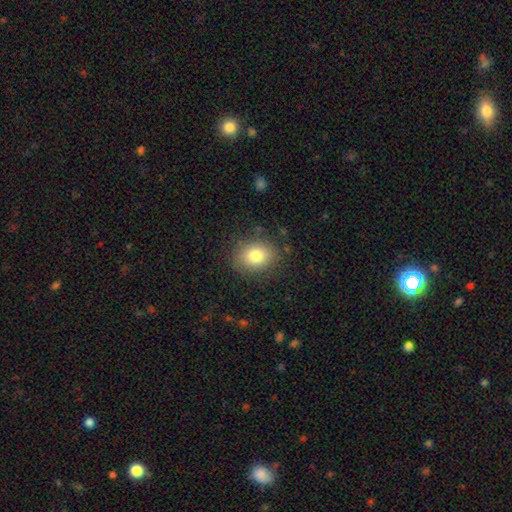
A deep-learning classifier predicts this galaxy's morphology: Overall: smooth (80%). How rounded: round (55%; in between 44%). Merging: none (84%).